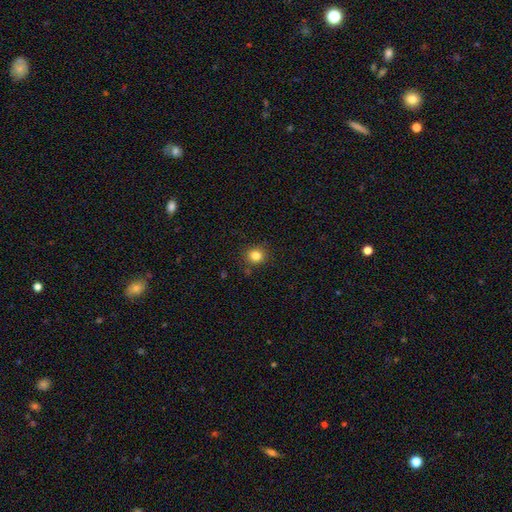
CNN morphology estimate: smooth 83%, star or artifact 12%, featured or disk 5%. Down the decision tree: how rounded — round (82%); merging — none (86%).